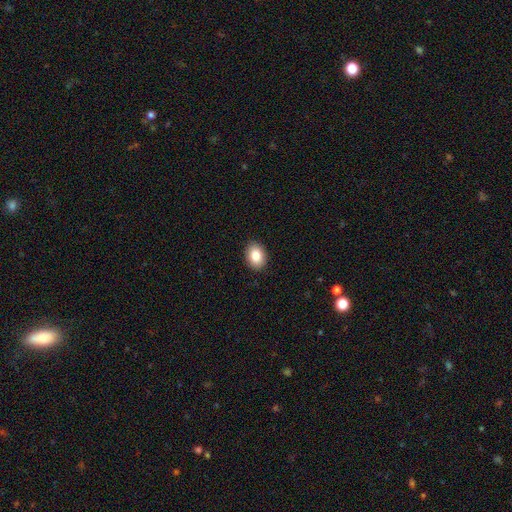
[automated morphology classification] Overall: smooth (85%). How rounded: in between (74%). Merging: none (91%).